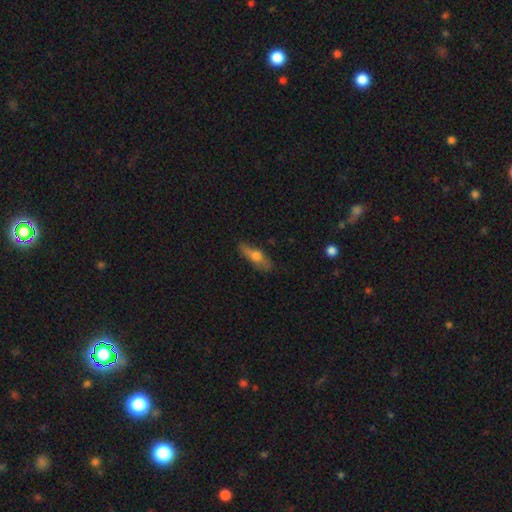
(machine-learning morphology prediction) Overall: smooth (59%; featured or disk 34%). How rounded: in between (53%; cigar-shaped 43%). Merging: none (70%).